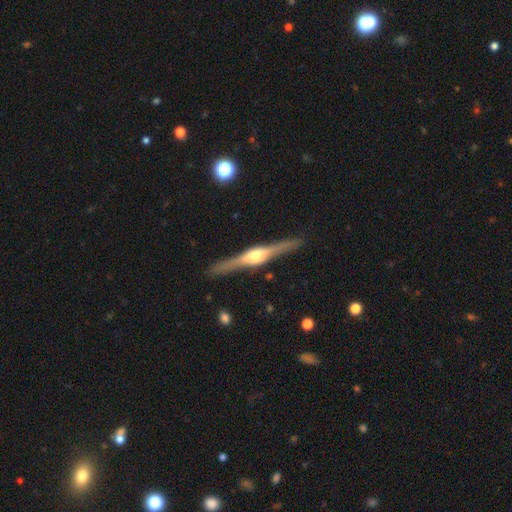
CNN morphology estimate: Smooth or featured? Predicted: featured or disk (p=0.85). Edge-on disk? Predicted: yes (p=0.98). Edge-on bulge? Predicted: rounded (p=0.88). Merging? Predicted: none (p=0.89).